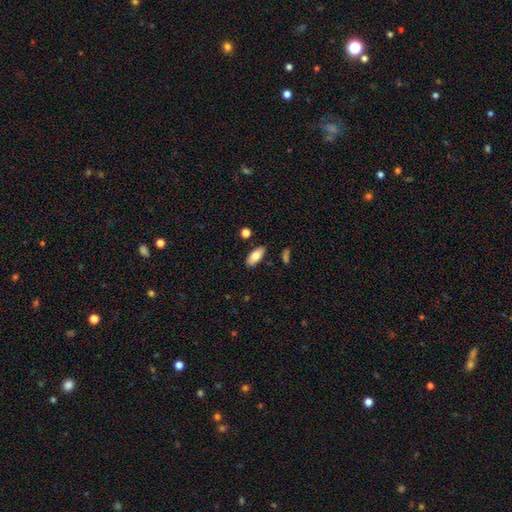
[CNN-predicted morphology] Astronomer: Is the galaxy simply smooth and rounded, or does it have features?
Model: smooth — 76%.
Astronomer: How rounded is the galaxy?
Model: in between — 87%.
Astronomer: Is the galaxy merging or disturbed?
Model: none — 82%.